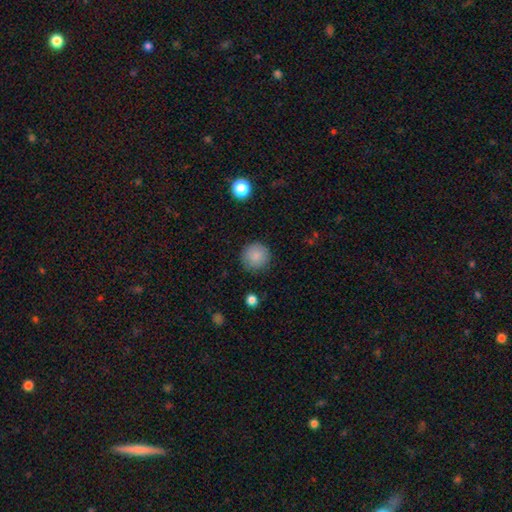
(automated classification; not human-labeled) smooth_or_featured: smooth (p=0.87) [alt: star or artifact p=0.08]
how_rounded: round (p=0.94) [alt: in between p=0.05]
merging: none (p=0.88) [alt: minor disturbance p=0.08]